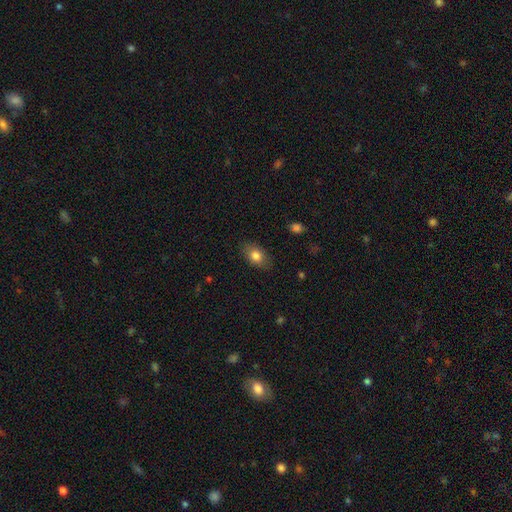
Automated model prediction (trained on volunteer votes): Smooth or featured? Predicted: smooth (p=0.81). How rounded? Predicted: in between (p=0.84). Merging? Predicted: none (p=0.84).